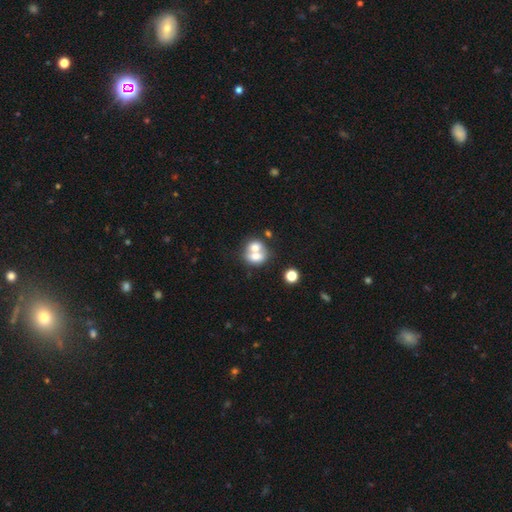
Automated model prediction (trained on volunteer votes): Q: Smooth or featured?
A: smooth (66%); runner-up: featured or disk (24%)
Q: How rounded?
A: round (50%); runner-up: in between (48%)
Q: Merging?
A: merger (68%); runner-up: none (22%)